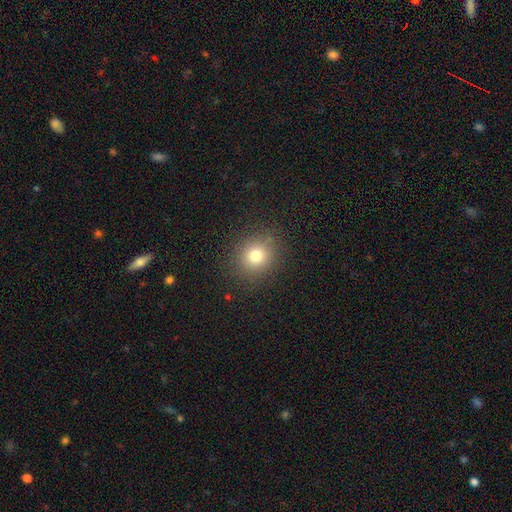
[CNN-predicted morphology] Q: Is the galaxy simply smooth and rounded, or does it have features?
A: smooth — 77%.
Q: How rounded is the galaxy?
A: round — 84%.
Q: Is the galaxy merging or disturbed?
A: none — 87%.